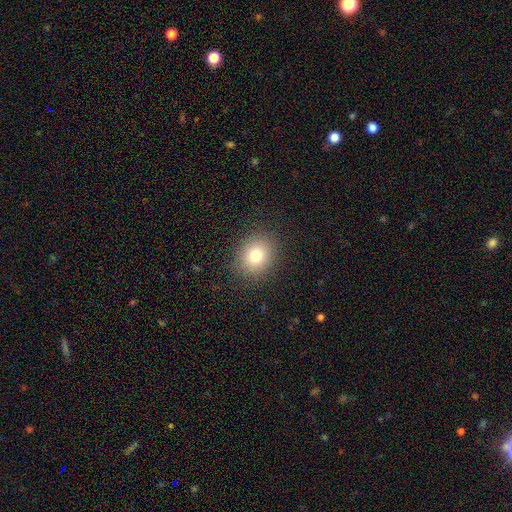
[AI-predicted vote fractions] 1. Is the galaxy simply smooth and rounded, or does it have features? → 78% smooth, 13% star or artifact, 10% featured or disk.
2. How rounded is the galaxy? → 68% round, 31% in between, 1% cigar-shaped.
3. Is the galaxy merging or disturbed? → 87% none, 8% minor disturbance, 3% major disturbance, 1% merger.